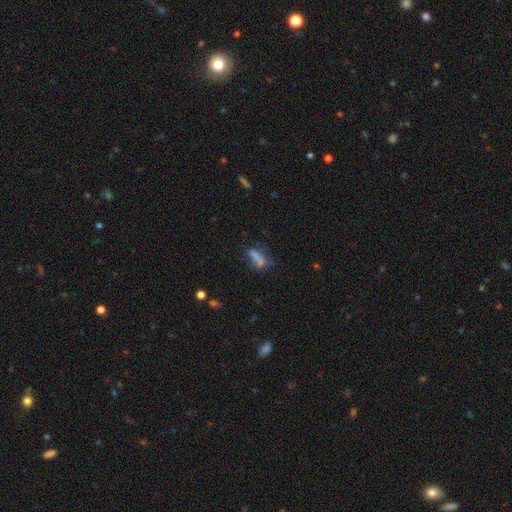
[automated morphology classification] Smooth or featured? smooth (65%)
How rounded? in between (48%)
Merging? none (53%)